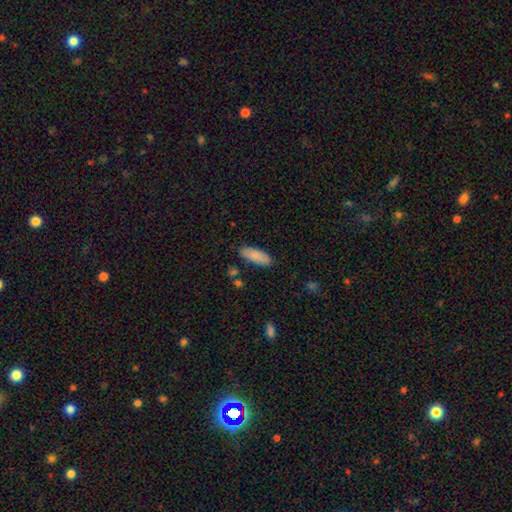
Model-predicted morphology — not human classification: smooth 86%, featured or disk 8%, star or artifact 6%. Down the decision tree: how rounded — in between (76%); merging — none (85%).